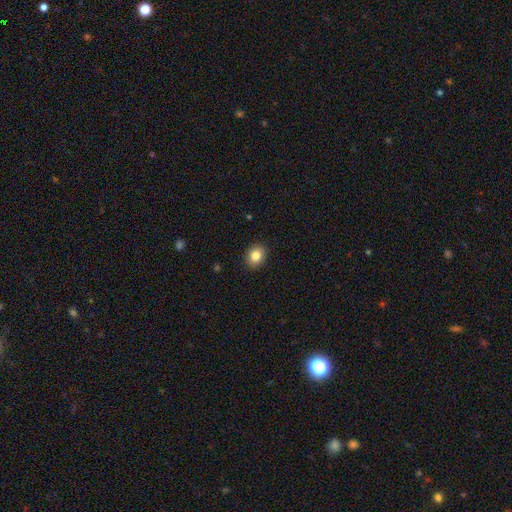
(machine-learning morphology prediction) This appears to be a smooth galaxy with no disk features (84%) that is round (51%). Merging: none (90%).